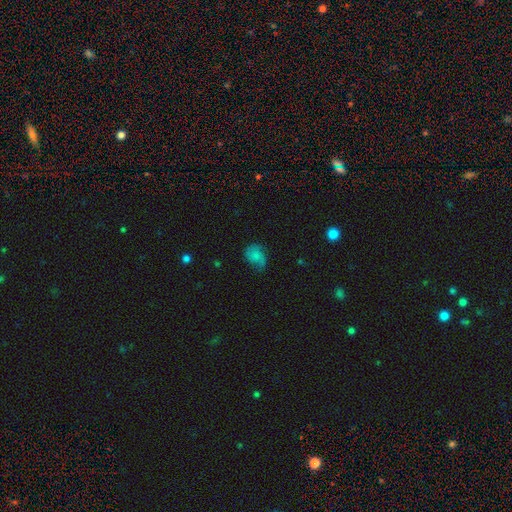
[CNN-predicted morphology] Smooth or featured: smooth — 56% (featured or disk — 33%)
How rounded: in between — 57% (round — 42%)
Merging: none — 45% (minor disturbance — 34%)